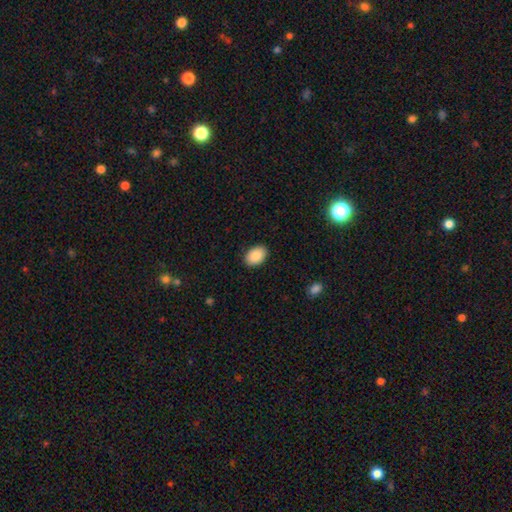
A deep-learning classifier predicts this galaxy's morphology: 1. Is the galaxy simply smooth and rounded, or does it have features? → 89% smooth, 7% star or artifact, 4% featured or disk.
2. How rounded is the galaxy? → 87% in between, 12% round, 1% cigar-shaped.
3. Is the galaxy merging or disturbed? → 89% none, 8% minor disturbance, 2% major disturbance, 1% merger.